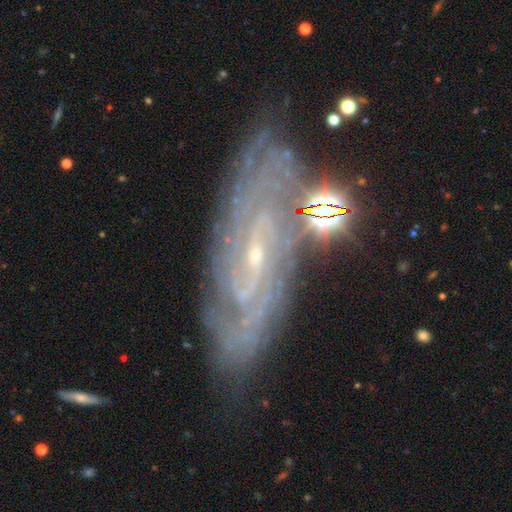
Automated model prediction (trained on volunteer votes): Smooth or featured? Predicted: featured or disk (p=0.83). Edge-on disk? Predicted: no (p=0.86). Bar? Predicted: weak (p=0.41). Spiral arms? Predicted: yes (p=0.94). Spiral winding? Predicted: tight (p=0.63). Spiral arm count? Predicted: can't tell (p=0.39). Bulge size? Predicted: small (p=0.84). Merging? Predicted: none (p=0.75).